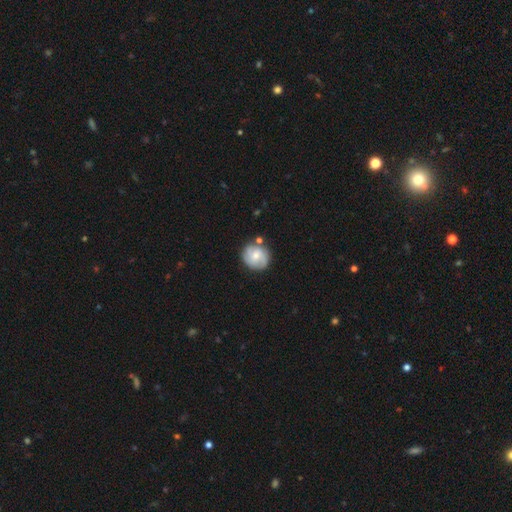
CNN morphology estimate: type=featured or disk (51%); edge-on=no (98%); merging=none (74%).